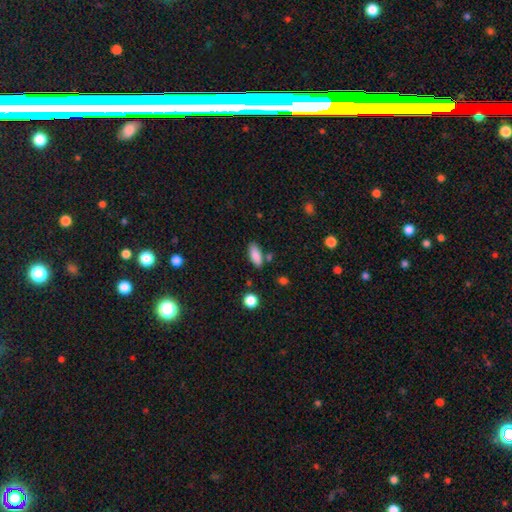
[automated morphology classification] Smooth or featured? smooth (86%)
How rounded? in between (80%)
Merging? none (79%)